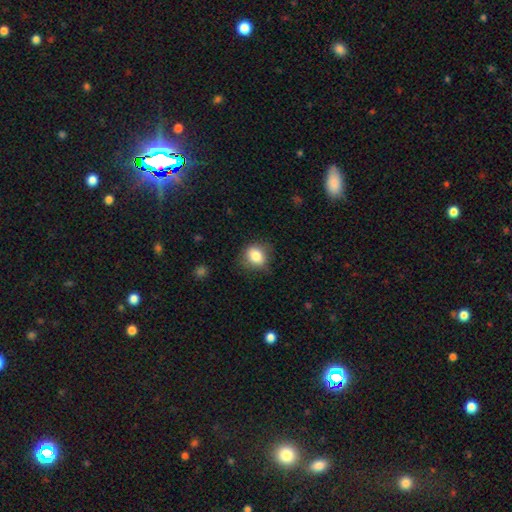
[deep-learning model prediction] This appears to be a smooth galaxy with no disk features (82%) that is round (64%). Merging: none (71%).